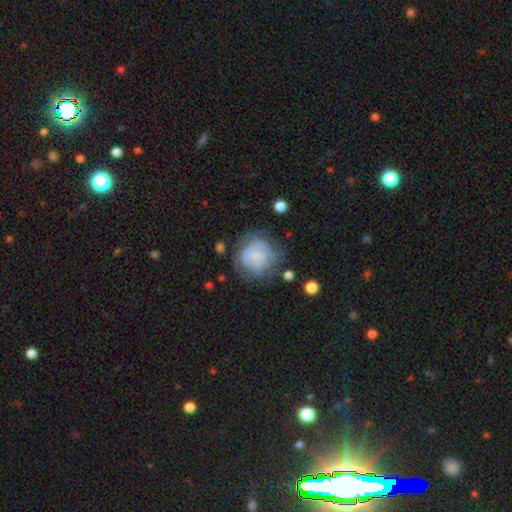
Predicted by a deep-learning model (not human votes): This is possibly a smooth galaxy (50%). Merging: possibly none (52%).